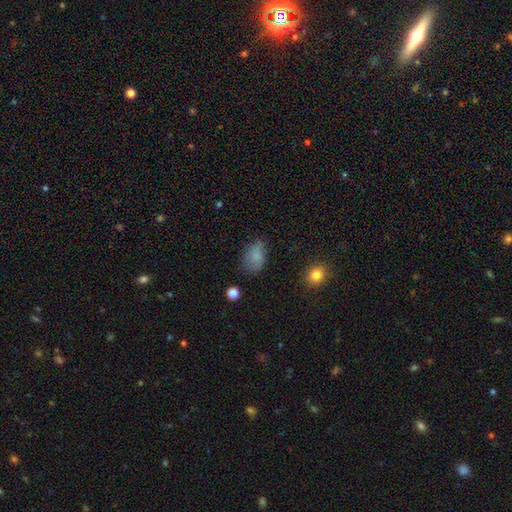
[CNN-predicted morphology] The model was most divided on "merging": none: 55%, minor disturbance: 31%, major disturbance: 12%, merger: 2%. More confident: how rounded — in between (83%); smooth or featured — smooth (80%).